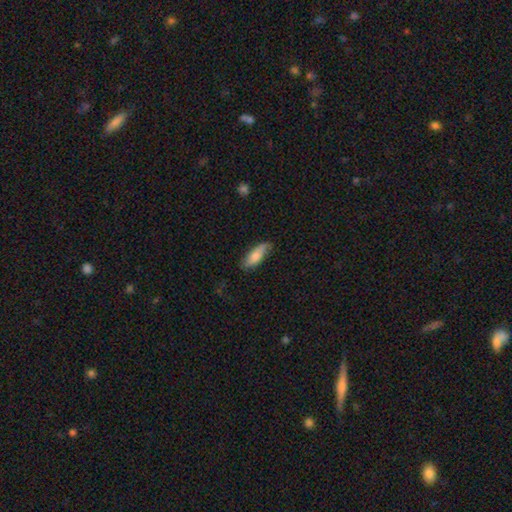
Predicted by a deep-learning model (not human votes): Smooth or featured? smooth (75%)
How rounded? in between (60%)
Merging? none (73%)